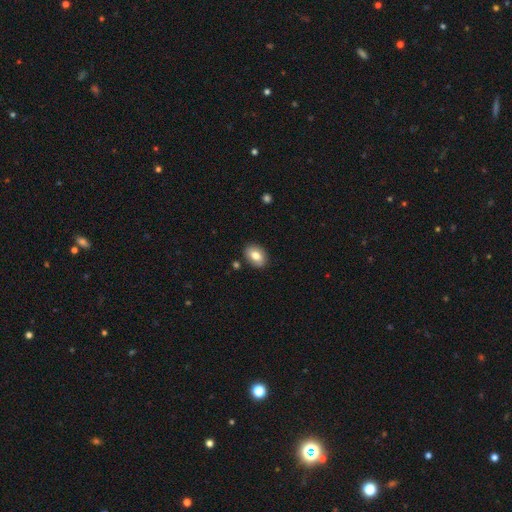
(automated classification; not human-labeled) A smooth galaxy with no disk features (79%) that is in between round and cigar-shaped (78%). Merging: none (86%).